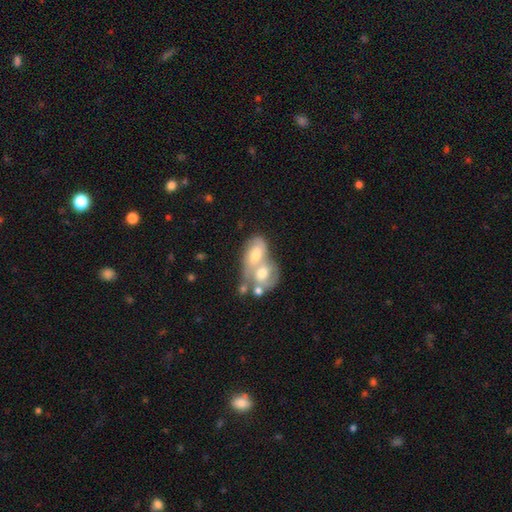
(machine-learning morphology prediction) This appears to be a featured or disk galaxy (52%). Merging: merger (78%).